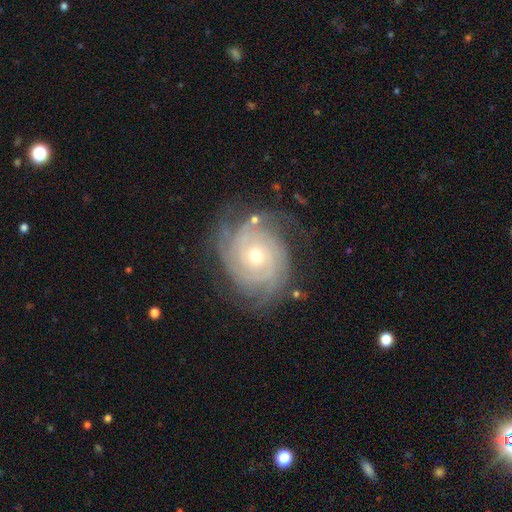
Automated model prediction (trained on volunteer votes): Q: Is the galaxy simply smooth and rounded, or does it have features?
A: featured or disk — 88%.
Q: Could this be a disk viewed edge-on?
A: no — 97%.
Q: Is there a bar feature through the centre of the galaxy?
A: no — 78%.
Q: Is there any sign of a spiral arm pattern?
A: yes — 98%.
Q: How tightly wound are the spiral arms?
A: tight — 80%.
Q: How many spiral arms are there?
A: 3 — 24%, tied with 4.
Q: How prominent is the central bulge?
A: small — 49%.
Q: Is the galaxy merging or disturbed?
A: none — 75%.